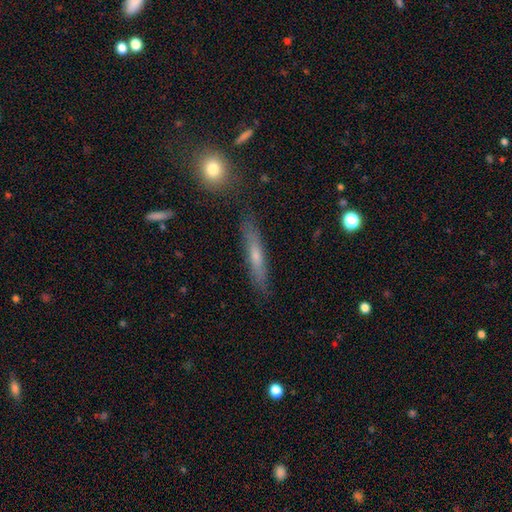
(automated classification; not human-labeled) Smooth or featured?
  - featured or disk: 48% *
  - smooth: 44%
  - star or artifact: 9%
Merging?
  - none: 85% *
  - minor disturbance: 11%
  - major disturbance: 2%
  - merger: 2%